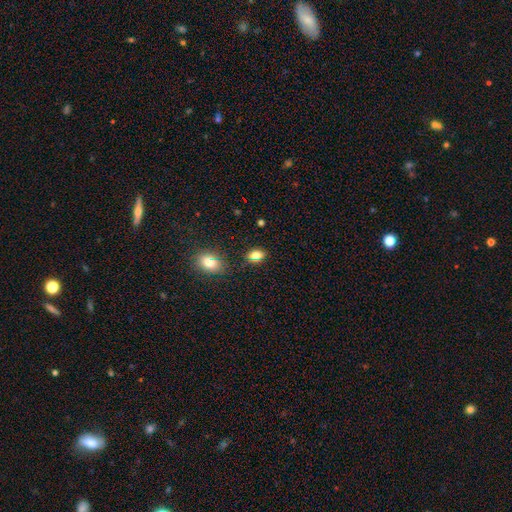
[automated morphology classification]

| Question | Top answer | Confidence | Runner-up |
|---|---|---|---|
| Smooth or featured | smooth | 78% | star or artifact (14%) |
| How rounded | in between | 80% | round (17%) |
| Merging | none | 82% | minor disturbance (12%) |